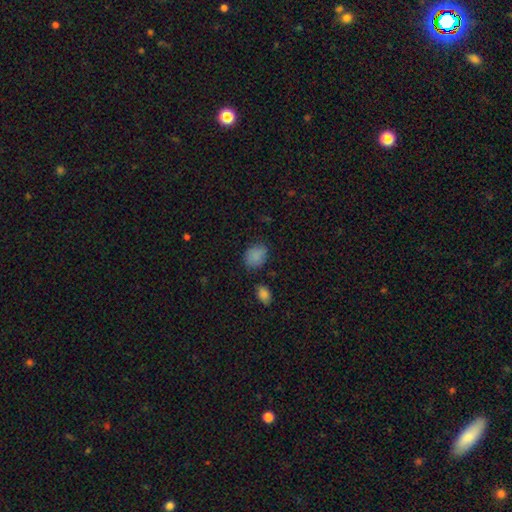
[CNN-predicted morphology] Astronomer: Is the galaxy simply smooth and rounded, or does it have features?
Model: smooth — 84%.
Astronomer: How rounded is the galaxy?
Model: in between — 62%.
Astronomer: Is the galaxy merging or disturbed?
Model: none — 73%.